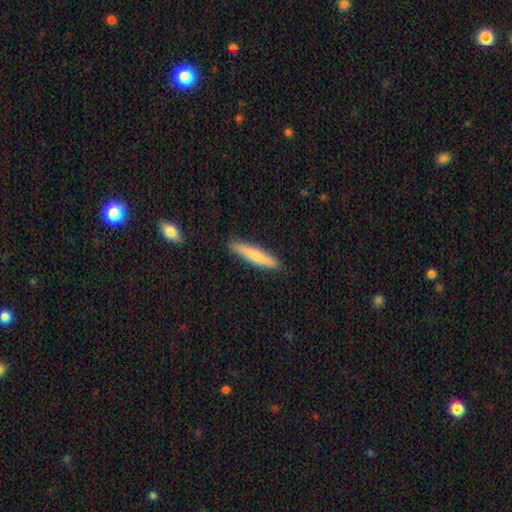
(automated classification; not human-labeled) smooth_or_featured: smooth (p=0.69) [alt: featured or disk p=0.25]
how_rounded: cigar-shaped (p=0.90) [alt: in between p=0.09]
merging: none (p=0.87) [alt: minor disturbance p=0.10]